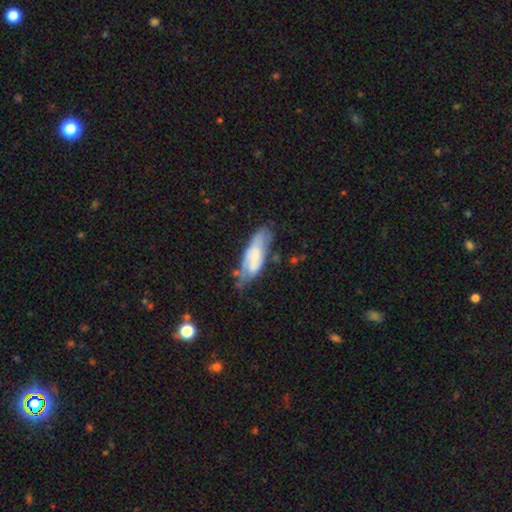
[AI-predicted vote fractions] Smooth or featured: smooth — 51% (featured or disk — 41%)
How rounded: in between — 58% (cigar-shaped — 41%)
Merging: none — 48% (minor disturbance — 33%)